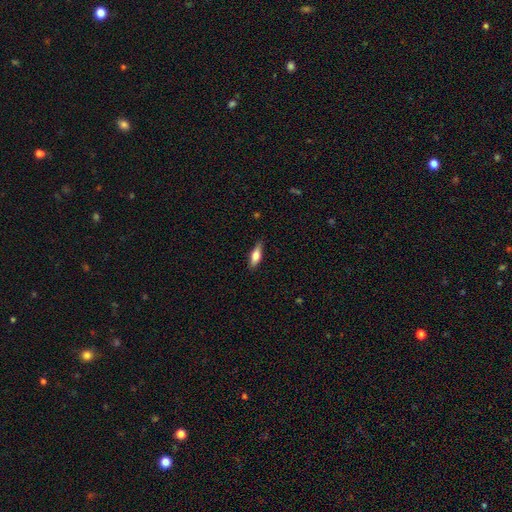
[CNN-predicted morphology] smooth-or-featured: smooth: 66% | featured or disk: 27% | star or artifact: 6%
  how-rounded: in between: 51% | cigar-shaped: 47% | round: 2%
  merging: none: 85% | minor disturbance: 12% | major disturbance: 2% | merger: 1%